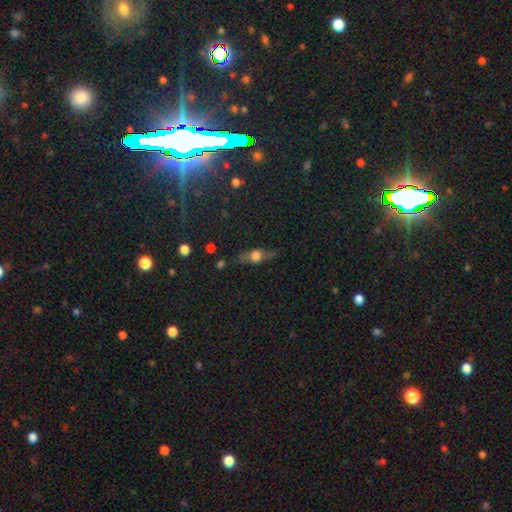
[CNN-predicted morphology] Overall: smooth (43%, tied with featured or disk). Merging: none (70%).